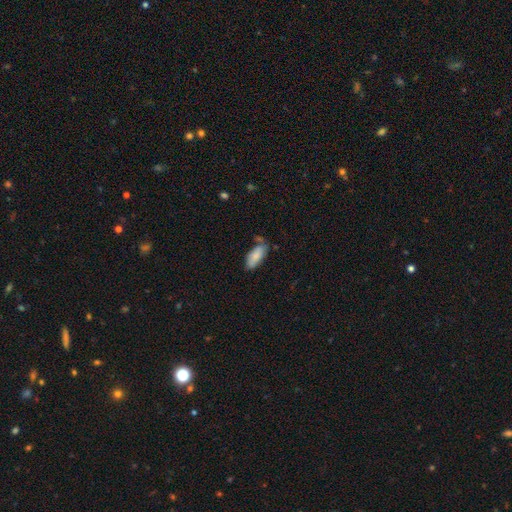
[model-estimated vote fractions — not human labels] smooth_or_featured: smooth (p=0.83) [alt: featured or disk p=0.11]
how_rounded: in between (p=0.83) [alt: cigar-shaped p=0.15]
merging: none (p=0.58) [alt: minor disturbance p=0.27]